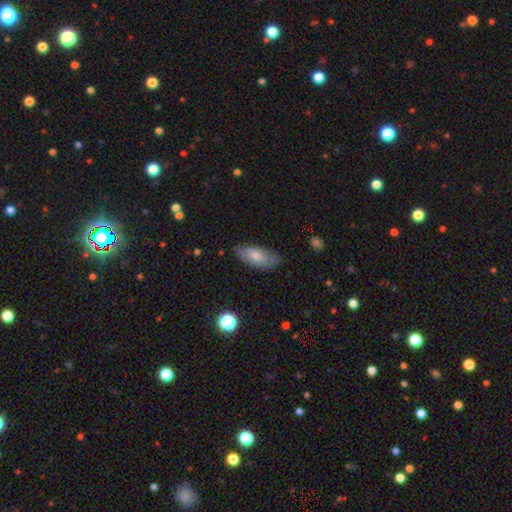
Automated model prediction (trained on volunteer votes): Smooth or featured?
  - smooth: 69% *
  - featured or disk: 24%
  - star or artifact: 7%
How rounded?
  - in between: 88% *
  - cigar-shaped: 9%
  - round: 3%
Merging?
  - none: 71% *
  - minor disturbance: 22%
  - major disturbance: 5%
  - merger: 2%